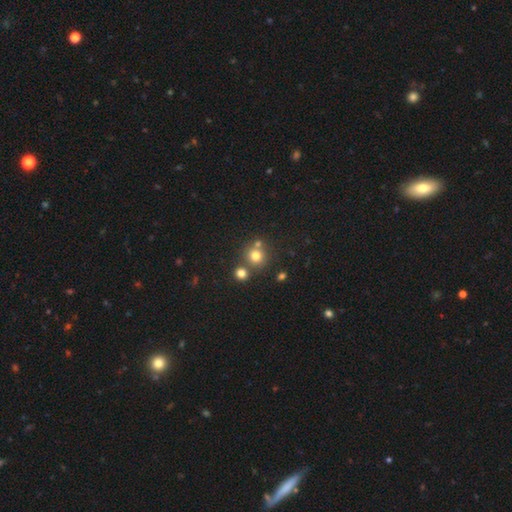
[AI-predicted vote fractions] Q: Smooth or featured?
A: smooth (74%); runner-up: star or artifact (16%)
Q: How rounded?
A: round (90%); runner-up: in between (9%)
Q: Merging?
A: none (65%); runner-up: merger (23%)